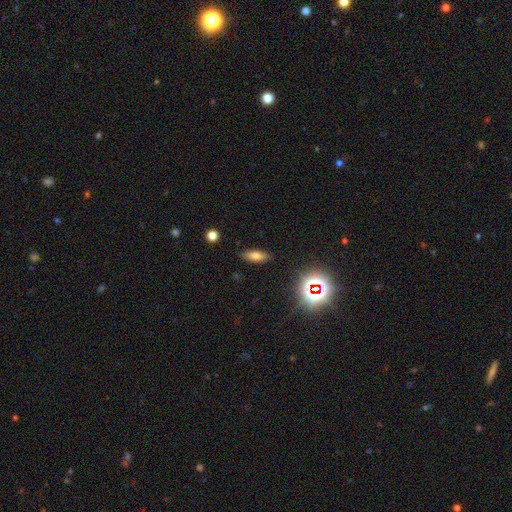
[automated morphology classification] A smooth galaxy with no disk features (67%) that is in between round and cigar-shaped (62%).

Vote fractions:
- Smooth or featured? smooth: 67% / featured or disk: 17% / star or artifact: 15%
- How rounded? in between: 62% / cigar-shaped: 33% / round: 4%
- Merging? none: 87% / minor disturbance: 9% / major disturbance: 2% / merger: 1%